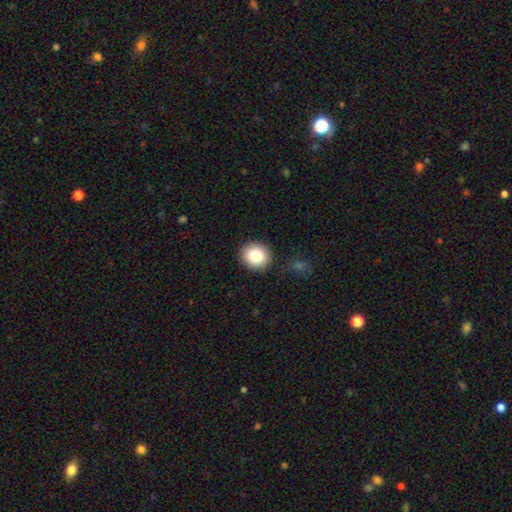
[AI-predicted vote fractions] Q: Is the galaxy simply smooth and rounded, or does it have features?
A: smooth — 83%.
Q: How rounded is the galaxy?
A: round — 86%.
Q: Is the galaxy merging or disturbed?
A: none — 90%.